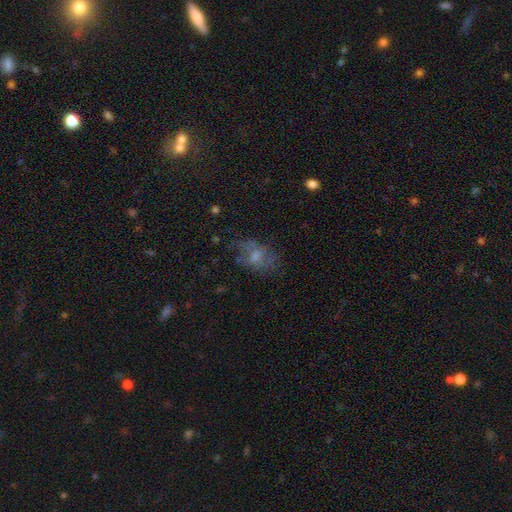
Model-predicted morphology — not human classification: smooth 40%, featured or disk 38%, star or artifact 21%. Down the decision tree: merging — none (56%).